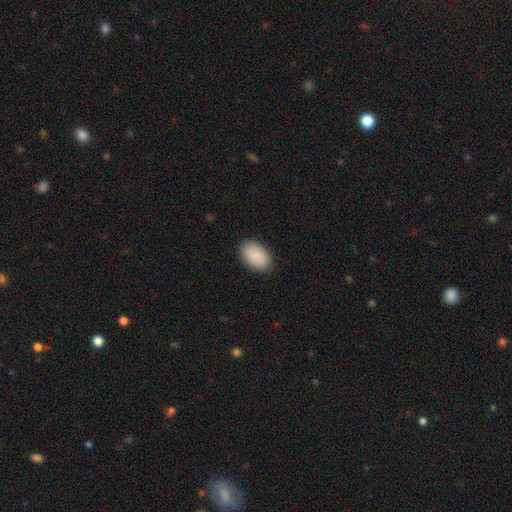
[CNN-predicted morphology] Smooth or featured? Predicted: smooth (p=0.90). How rounded? Predicted: in between (p=0.94). Merging? Predicted: none (p=0.89).